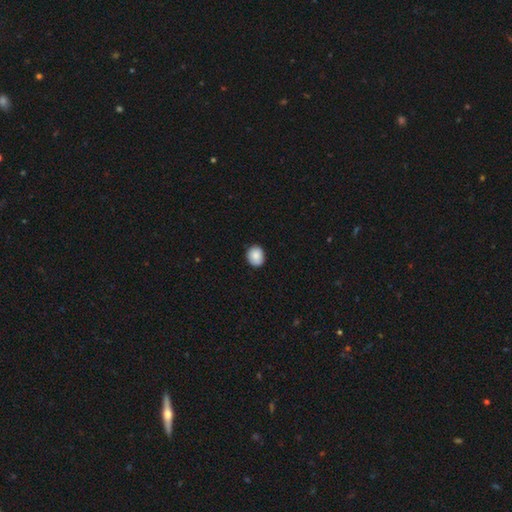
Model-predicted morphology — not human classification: Smooth or featured? Predicted: smooth (p=0.86). How rounded? Predicted: round (p=0.66). Merging? Predicted: none (p=0.87).